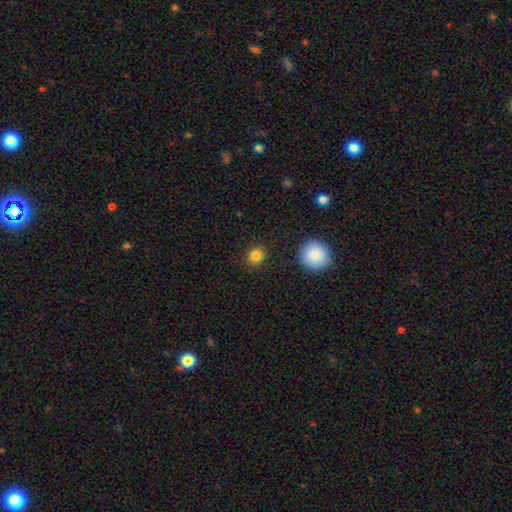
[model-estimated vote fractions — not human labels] A smooth galaxy with no disk features (83%) that is round (79%). Merging: none (89%).